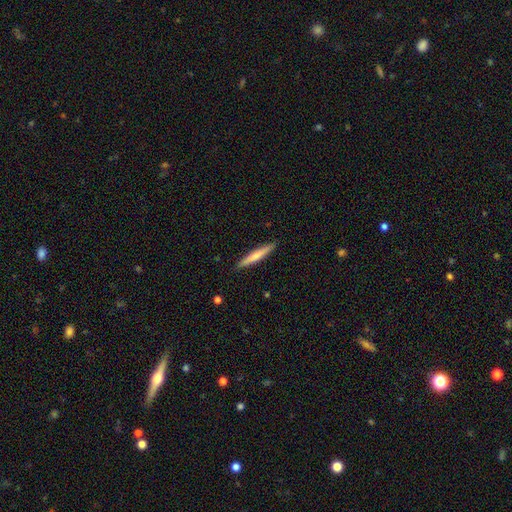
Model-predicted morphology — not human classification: The model was most divided on "smooth or featured": smooth: 62%, featured or disk: 33%, star or artifact: 5%. More confident: how rounded — cigar-shaped (94%); merging — none (91%).